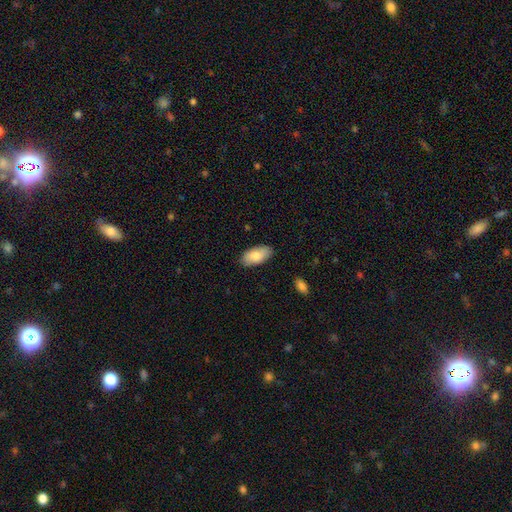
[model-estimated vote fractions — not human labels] Smooth or featured? Predicted: smooth (p=0.80). How rounded? Predicted: in between (p=0.94). Merging? Predicted: none (p=0.86).